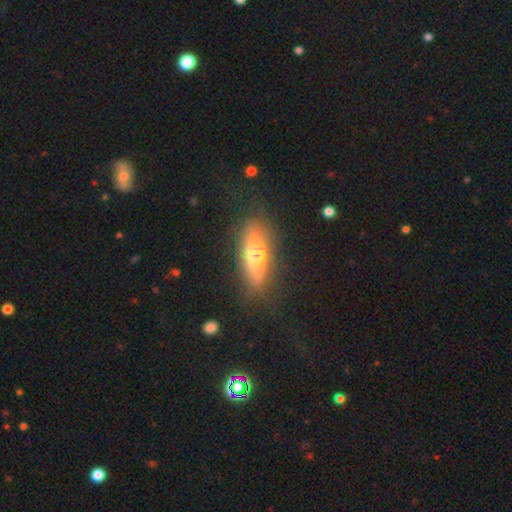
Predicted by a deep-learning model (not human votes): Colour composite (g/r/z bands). It shows a smooth galaxy with no disk features (56%) that is in between round and cigar-shaped (72%). Merging: none (74%).